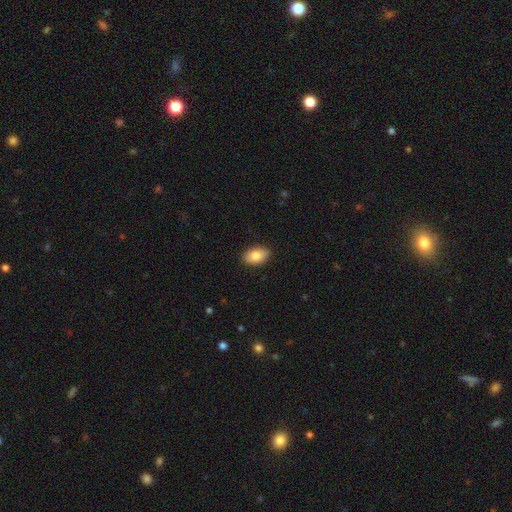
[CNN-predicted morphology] The model was most divided on "smooth or featured": smooth: 84%, featured or disk: 9%, star or artifact: 7%. More confident: how rounded — in between (92%); merging — none (89%).